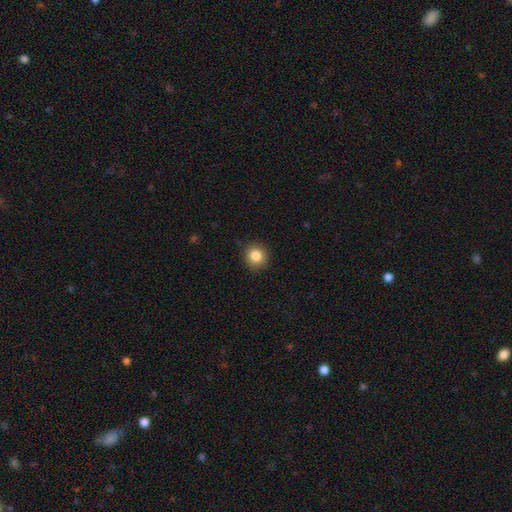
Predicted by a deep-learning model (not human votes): smooth 84%, star or artifact 10%, featured or disk 6%. Down the decision tree: how rounded — round (90%); merging — none (91%).